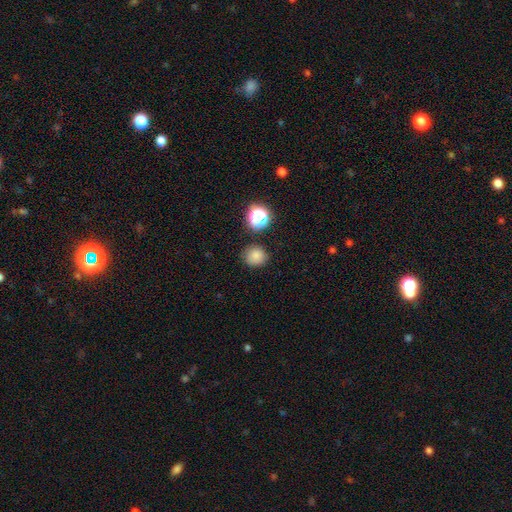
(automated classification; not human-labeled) smooth_or_featured: smooth (p=0.79) [alt: star or artifact p=0.15]
how_rounded: round (p=0.84) [alt: in between p=0.15]
merging: none (p=0.84) [alt: minor disturbance p=0.10]